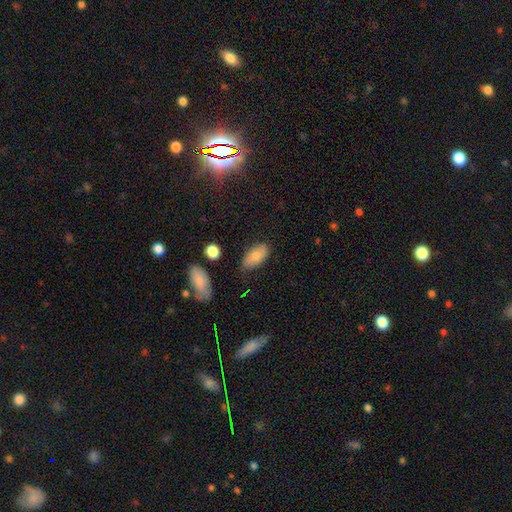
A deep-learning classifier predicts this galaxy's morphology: Smooth or featured: smooth — 75% (featured or disk — 17%)
How rounded: in between — 92% (cigar-shaped — 4%)
Merging: none — 69% (minor disturbance — 23%)